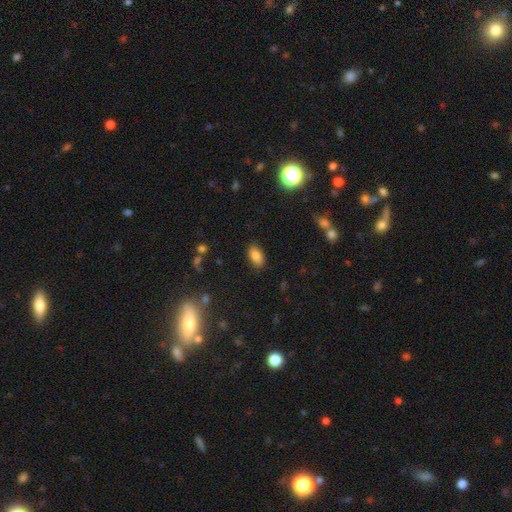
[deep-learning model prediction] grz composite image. It shows a smooth galaxy with no disk features (82%) that is in between round and cigar-shaped (91%). Merging: none (85%).